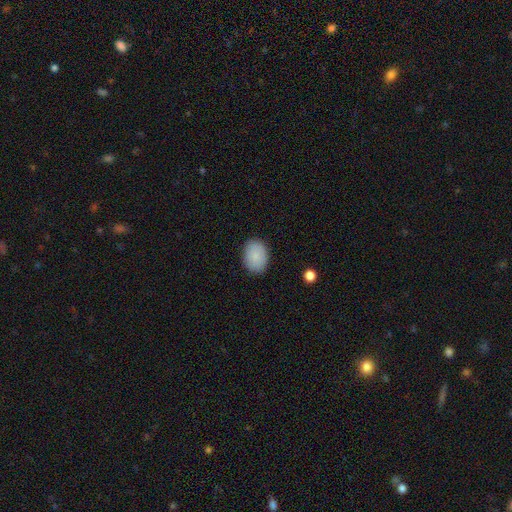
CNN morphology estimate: This appears to be a smooth galaxy with no disk features (87%) that is in between round and cigar-shaped (76%). Merging: none (86%).